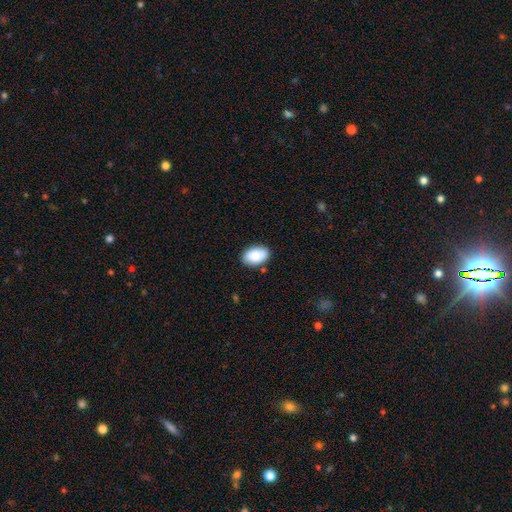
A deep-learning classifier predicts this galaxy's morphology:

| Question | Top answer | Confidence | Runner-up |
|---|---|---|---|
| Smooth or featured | smooth | 87% | star or artifact (6%) |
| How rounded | in between | 90% | round (8%) |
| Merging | none | 83% | minor disturbance (12%) |